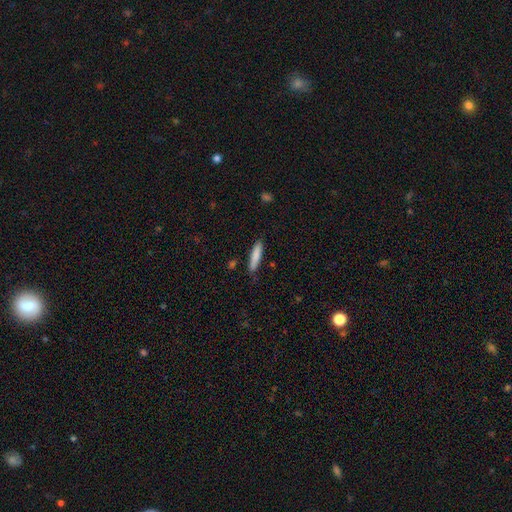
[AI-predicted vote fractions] smooth_or_featured: smooth (p=0.83) [alt: featured or disk p=0.11]
how_rounded: cigar-shaped (p=0.82) [alt: in between p=0.16]
merging: none (p=0.85) [alt: minor disturbance p=0.11]